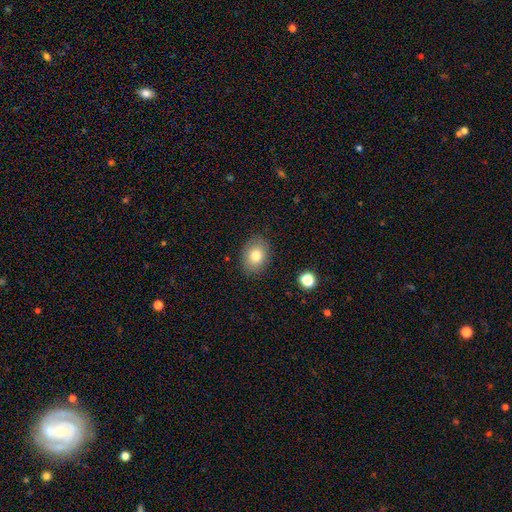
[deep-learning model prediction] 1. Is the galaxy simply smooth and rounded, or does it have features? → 79% smooth, 12% featured or disk, 9% star or artifact.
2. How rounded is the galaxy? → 63% in between, 36% round, 1% cigar-shaped.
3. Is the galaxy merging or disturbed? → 85% none, 11% minor disturbance, 3% major disturbance, 1% merger.